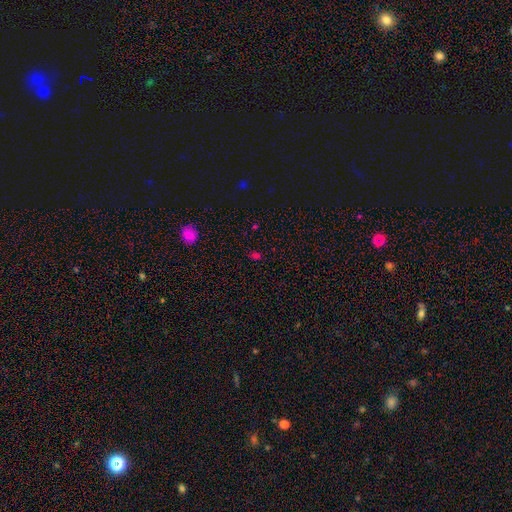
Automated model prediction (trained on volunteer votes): Morphology: type=smooth (56%); roundness=round (52%); merging=none (81%).